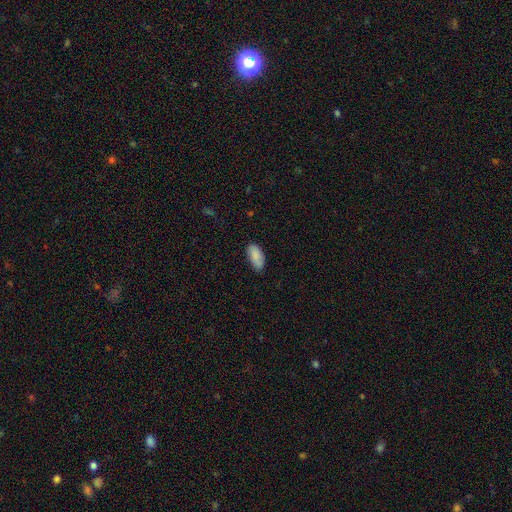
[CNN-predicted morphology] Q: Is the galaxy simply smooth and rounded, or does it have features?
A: smooth — 85%.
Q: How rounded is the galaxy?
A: in between — 93%.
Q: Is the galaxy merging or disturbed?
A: none — 78%.